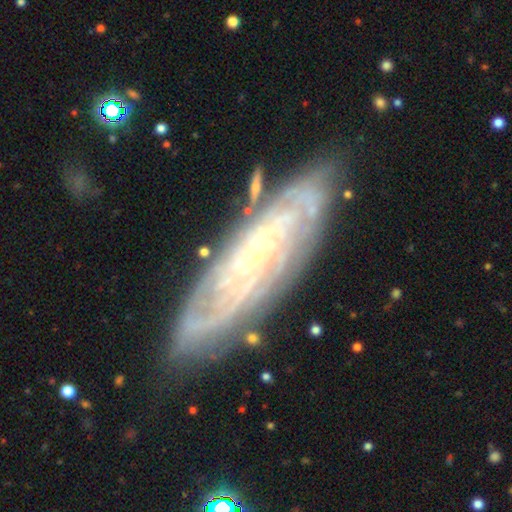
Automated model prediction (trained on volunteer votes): Smooth or featured? Predicted: featured or disk (p=0.82). Edge-on disk? Predicted: no (p=0.82). Bar? Predicted: no (p=0.69). Spiral arms? Predicted: yes (p=0.93). Spiral winding? Predicted: tight (p=0.75). Spiral arm count? Predicted: can't tell (p=0.48). Bulge size? Predicted: small (p=0.83). Merging? Predicted: none (p=0.79).